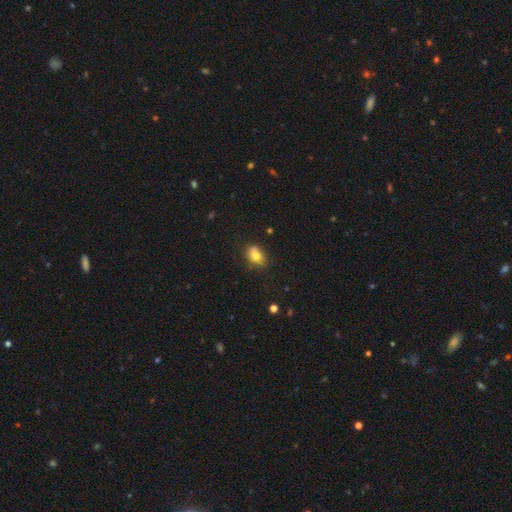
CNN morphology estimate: This appears to be a smooth galaxy with no disk features (77%) that is in between round and cigar-shaped (65%). Merging: none (65%).